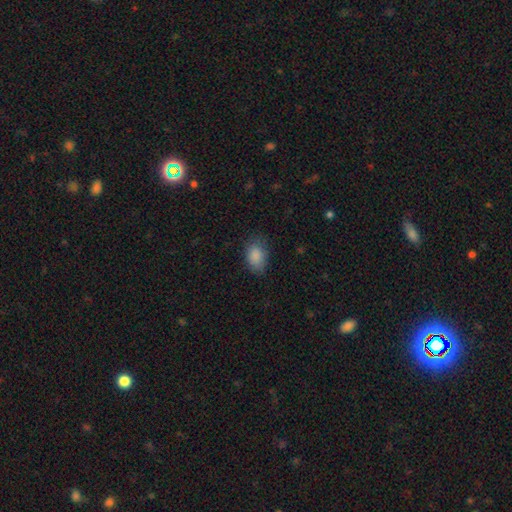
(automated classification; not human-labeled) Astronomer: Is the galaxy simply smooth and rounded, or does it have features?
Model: smooth — 87%.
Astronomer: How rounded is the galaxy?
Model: in between — 84%.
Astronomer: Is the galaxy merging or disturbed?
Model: none — 75%.